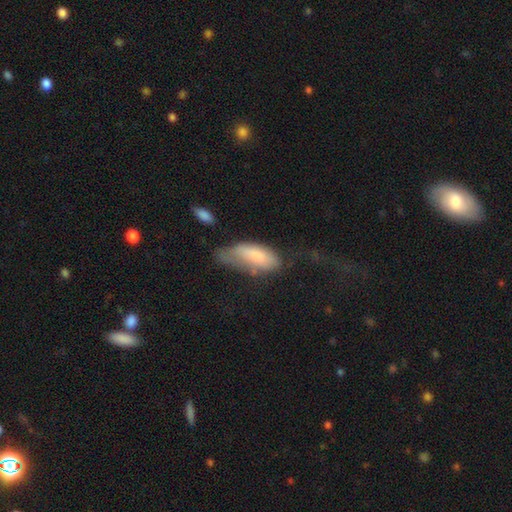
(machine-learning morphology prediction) This is likely a smooth galaxy (73%). How rounded: clearly in between (81%). Merging: marginally major disturbance (38%).